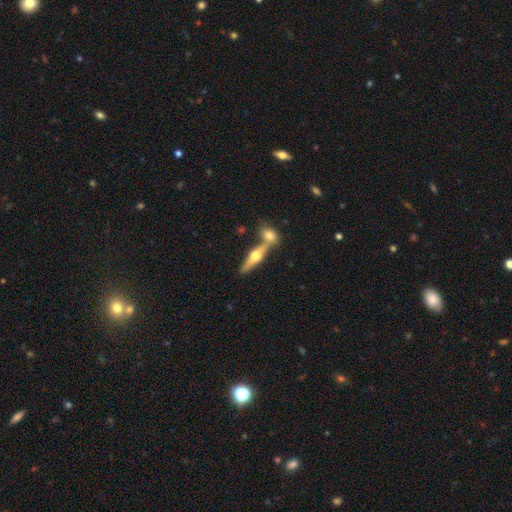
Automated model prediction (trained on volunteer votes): Overall: featured or disk (57%; smooth 37%). Edge-on disk: yes (90%). Edge-on bulge: rounded (96%). Merging: none (45%; merger 44%).